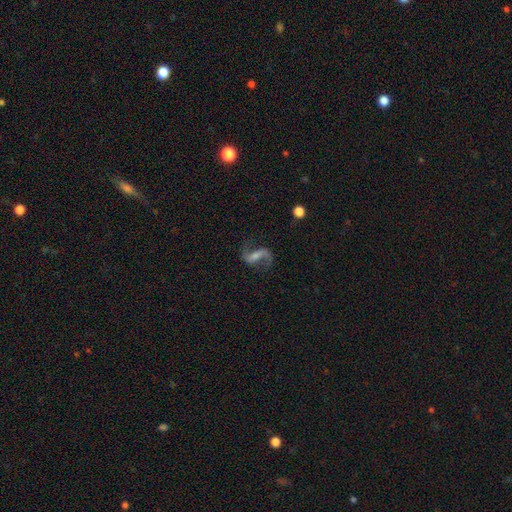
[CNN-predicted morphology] The model was most divided on "bar": weak: 42%, strong: 36%, no: 22%. Remaining: edge-on disk — no (97%); spiral arms — yes (96%); spiral arm count — 2 (92%); smooth or featured — featured or disk (87%); merging — none (77%); spiral winding — loose (68%); bulge size — small (50%).